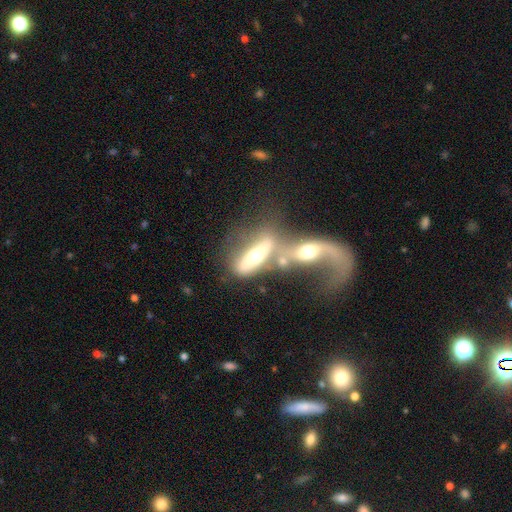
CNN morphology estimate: featured or disk 53%, smooth 40%, star or artifact 7%. Down the decision tree: edge-on disk — no (54%); merging — merger (65%).